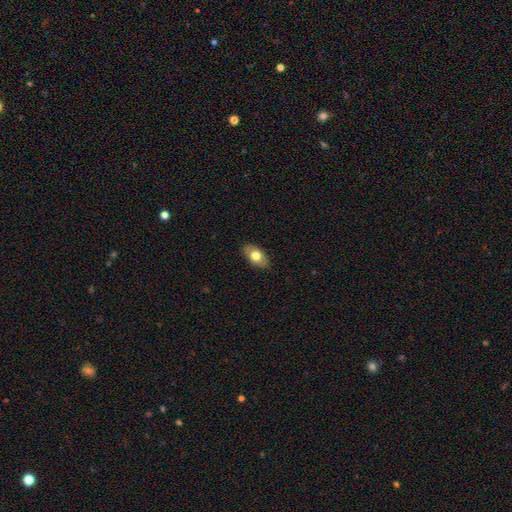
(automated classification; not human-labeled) A smooth galaxy with no disk features (73%) that is in between round and cigar-shaped (90%).

Vote fractions:
- Smooth or featured? smooth: 73% / featured or disk: 20% / star or artifact: 7%
- How rounded? in between: 90% / round: 7% / cigar-shaped: 2%
- Merging? none: 86% / minor disturbance: 11% / major disturbance: 2% / merger: 1%